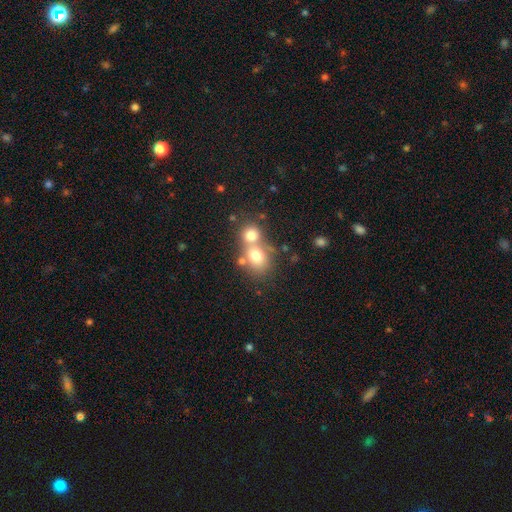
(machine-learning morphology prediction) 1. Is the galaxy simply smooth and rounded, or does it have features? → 72% smooth, 17% featured or disk, 11% star or artifact.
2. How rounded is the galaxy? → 60% round, 39% in between, 1% cigar-shaped.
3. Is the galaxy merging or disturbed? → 57% merger, 31% none, 8% minor disturbance, 4% major disturbance.